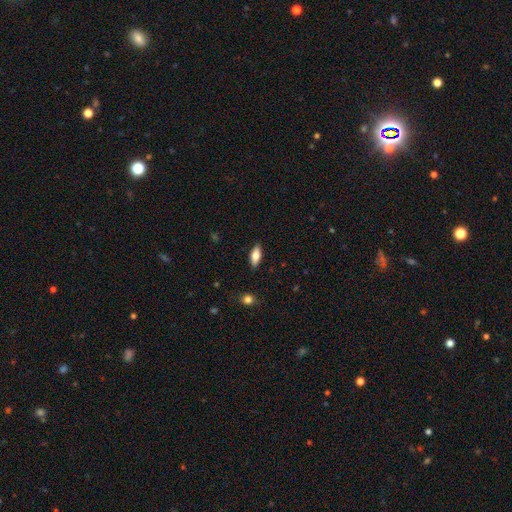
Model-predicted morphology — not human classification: smooth-or-featured: smooth: 77% | featured or disk: 17% | star or artifact: 7%
  how-rounded: in between: 78% | cigar-shaped: 19% | round: 2%
  merging: none: 87% | minor disturbance: 10% | major disturbance: 2% | merger: 1%